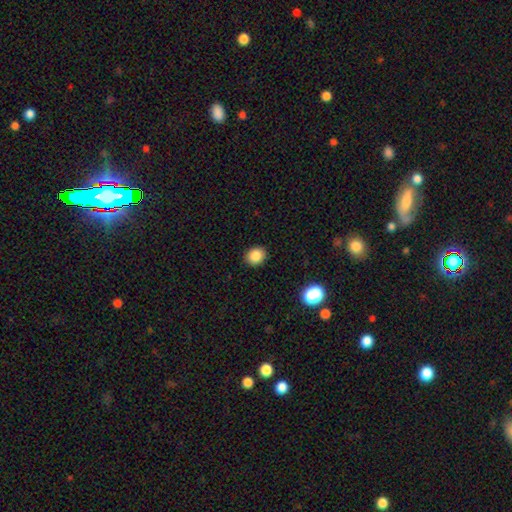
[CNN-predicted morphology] smooth 85%, star or artifact 10%, featured or disk 4%. Down the decision tree: how rounded — round (63%); merging — none (90%).